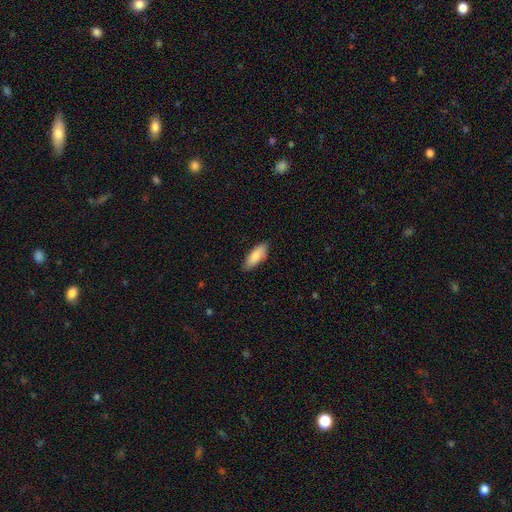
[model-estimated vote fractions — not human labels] Smooth or featured? Predicted: smooth (p=0.84). How rounded? Predicted: in between (p=0.75). Merging? Predicted: none (p=0.83).